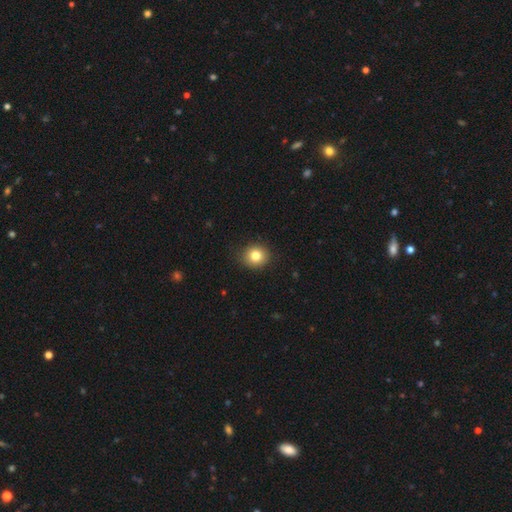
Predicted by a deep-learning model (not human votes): Overall: smooth (82%). How rounded: round (81%). Merging: none (88%).